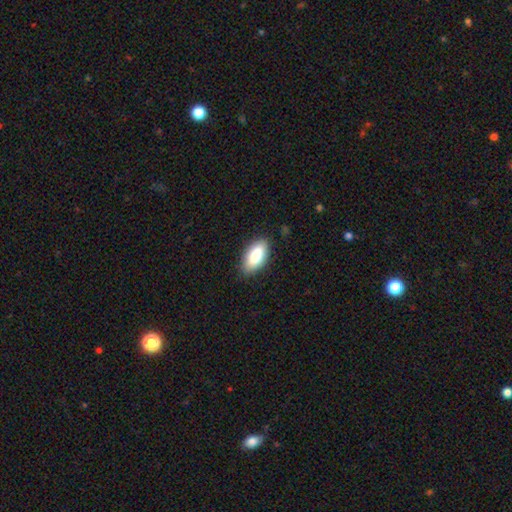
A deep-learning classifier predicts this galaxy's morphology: This appears to be a smooth galaxy with no disk features (83%) that is in between round and cigar-shaped (90%). Merging: none (85%).